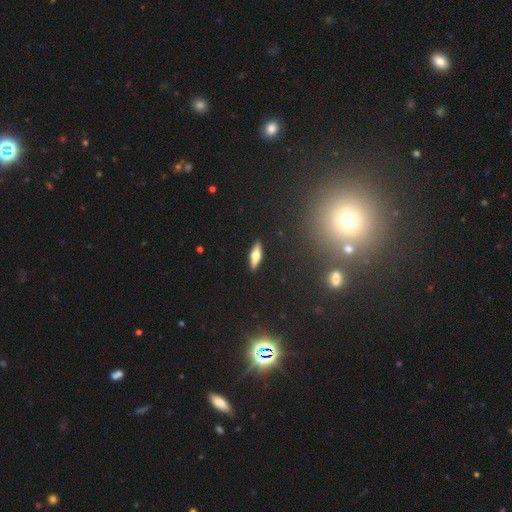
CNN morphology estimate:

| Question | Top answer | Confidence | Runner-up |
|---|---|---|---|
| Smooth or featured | smooth | 52% | featured or disk (41%) |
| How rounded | cigar-shaped | 49% | in between (48%) |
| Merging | none | 90% | minor disturbance (7%) |